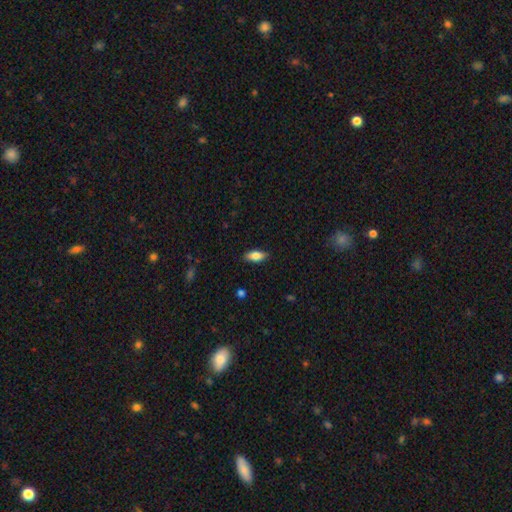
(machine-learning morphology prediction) A smooth galaxy with no disk features (80%) that is in between round and cigar-shaped (86%). Merging: none (86%).